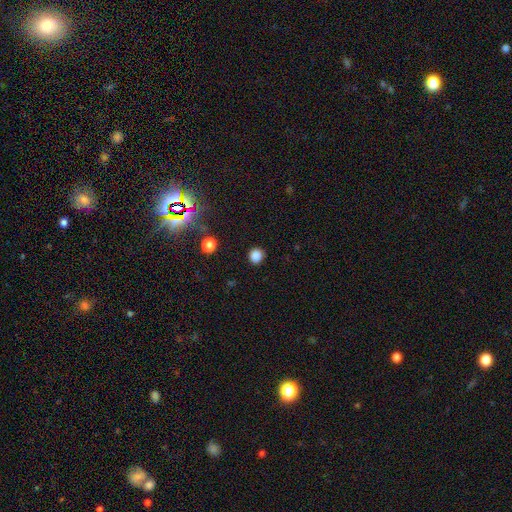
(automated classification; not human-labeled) Smooth or featured? Predicted: smooth (p=0.85). How rounded? Predicted: round (p=0.87). Merging? Predicted: none (p=0.89).